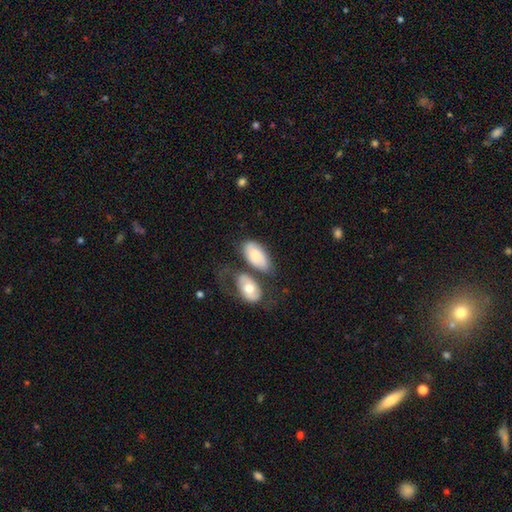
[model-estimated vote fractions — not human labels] Q: Smooth or featured?
A: smooth (73%); runner-up: featured or disk (21%)
Q: How rounded?
A: in between (93%); runner-up: round (4%)
Q: Merging?
A: none (38%); runner-up: merger (31%)